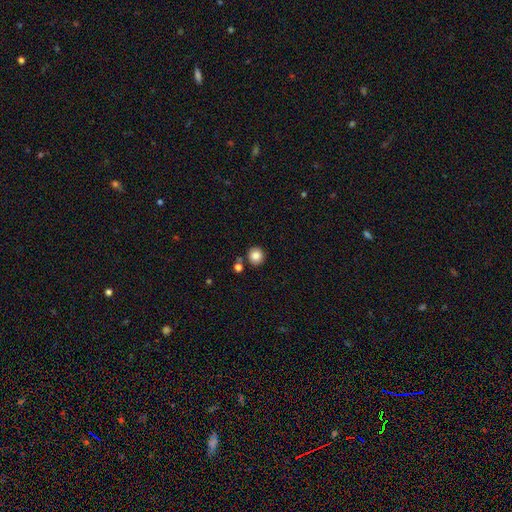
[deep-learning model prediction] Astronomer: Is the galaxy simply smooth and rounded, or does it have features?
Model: smooth — 85%.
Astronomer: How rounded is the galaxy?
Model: round — 90%.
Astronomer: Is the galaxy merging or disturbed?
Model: none — 83%.